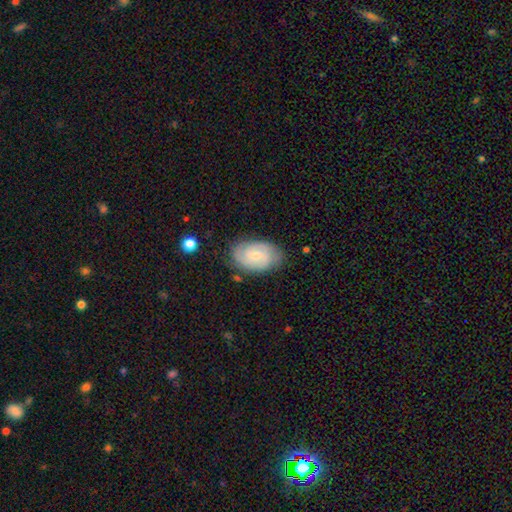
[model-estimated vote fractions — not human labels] smooth_or_featured: featured or disk (p=0.72) [alt: smooth p=0.23]
disk_edge_on: no (p=0.97) [alt: yes p=0.03]
bar: no (p=0.49) [alt: weak p=0.44]
has_spiral_arms: yes (p=0.94) [alt: no p=0.06]
spiral_winding: tight (p=0.56) [alt: medium p=0.36]
spiral_arm_count: 2 (p=0.57) [alt: can't tell p=0.20]
bulge_size: small (p=0.57) [alt: moderate p=0.37]
merging: none (p=0.76) [alt: minor disturbance p=0.18]